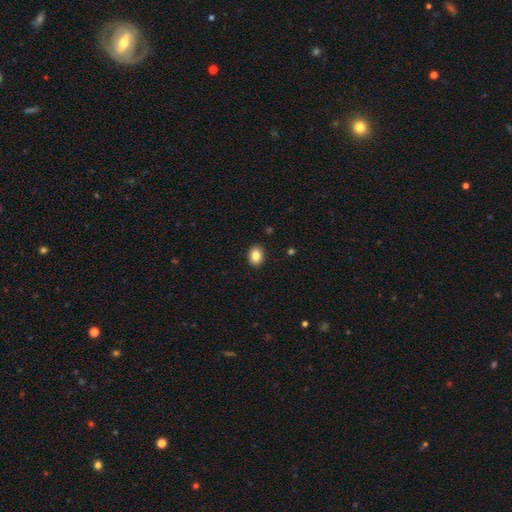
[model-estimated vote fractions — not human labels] Smooth or featured: smooth — 87% (star or artifact — 8%)
How rounded: in between — 62% (round — 37%)
Merging: none — 90% (minor disturbance — 7%)